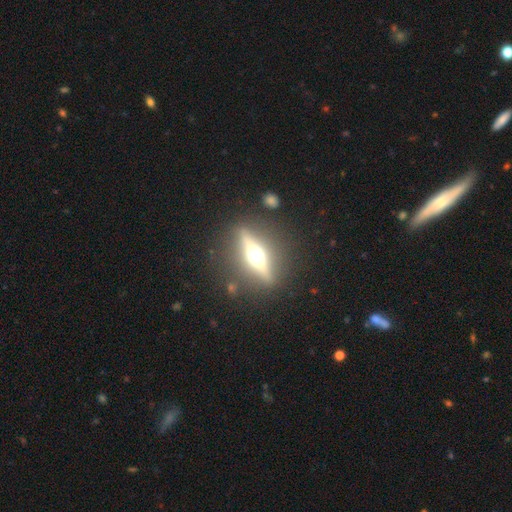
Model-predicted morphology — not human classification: Smooth or featured: featured or disk — 76% (smooth — 16%)
Edge-on disk: yes — 92% (no — 8%)
Edge-on bulge: rounded — 96% (boxy — 3%)
Merging: none — 85% (minor disturbance — 9%)